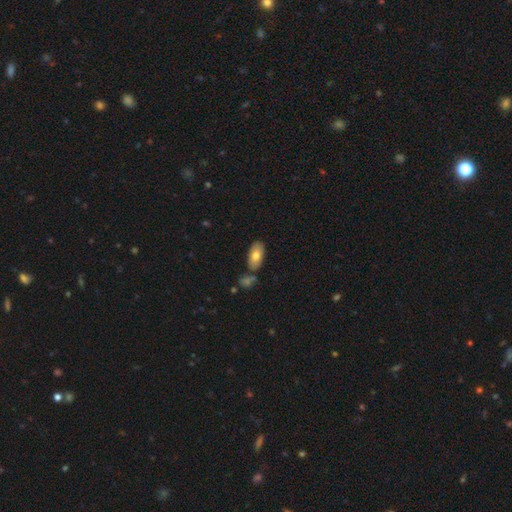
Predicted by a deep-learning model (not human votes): Overall: smooth (73%). How rounded: in between (92%). Merging: none (73%).